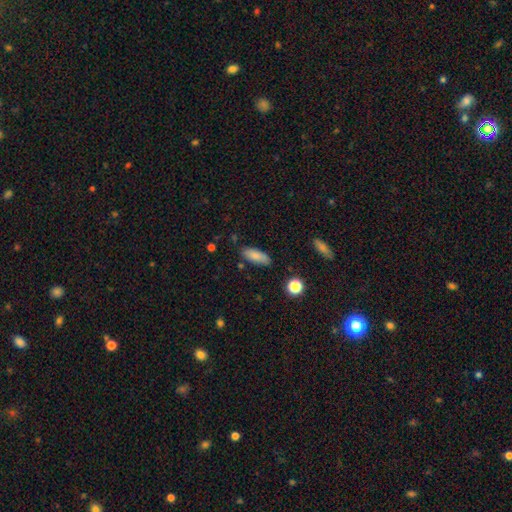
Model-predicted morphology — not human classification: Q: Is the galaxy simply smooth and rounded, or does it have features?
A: smooth — 83%.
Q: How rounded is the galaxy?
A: in between — 75%.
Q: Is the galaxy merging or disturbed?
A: none — 82%.